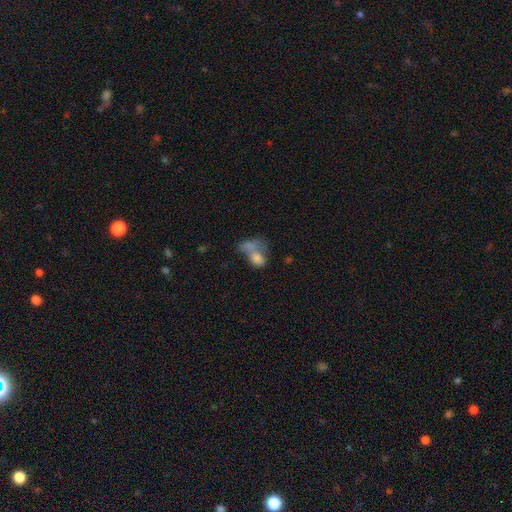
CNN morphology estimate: smooth_or_featured: smooth (p=0.73) [alt: featured or disk p=0.17]
how_rounded: in between (p=0.78) [alt: round p=0.19]
merging: merger (p=0.60) [alt: none p=0.16]